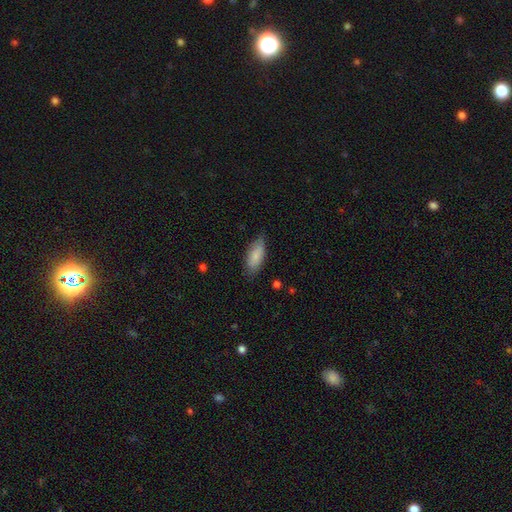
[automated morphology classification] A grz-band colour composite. It shows a smooth galaxy with no disk features (83%) that is in between round and cigar-shaped (80%). Merging: none (75%).